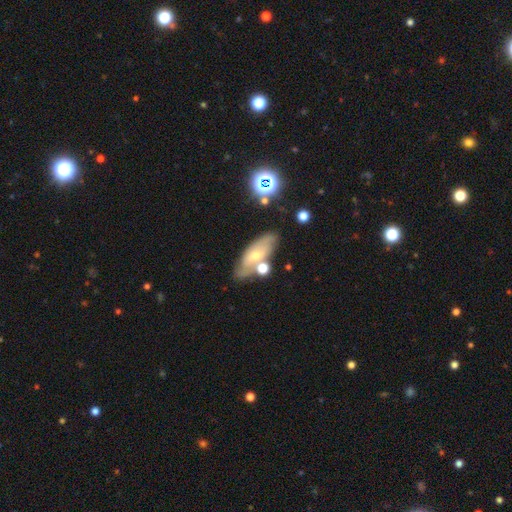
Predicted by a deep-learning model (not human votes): Smooth or featured?
  - featured or disk: 49% *
  - smooth: 40%
  - star or artifact: 11%
Merging?
  - none: 65% *
  - minor disturbance: 17%
  - merger: 13%
  - major disturbance: 5%